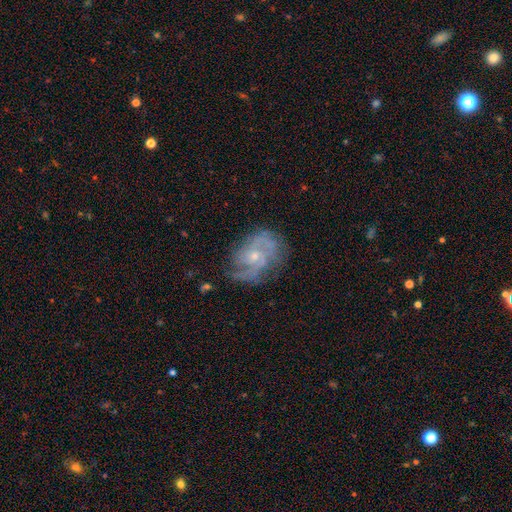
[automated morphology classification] A featured or disk galaxy (83%) with no bar (71%), 2 (44%) medium (46%) spiral arms (93%) and a small central bulge (66%). Merging: none (64%).